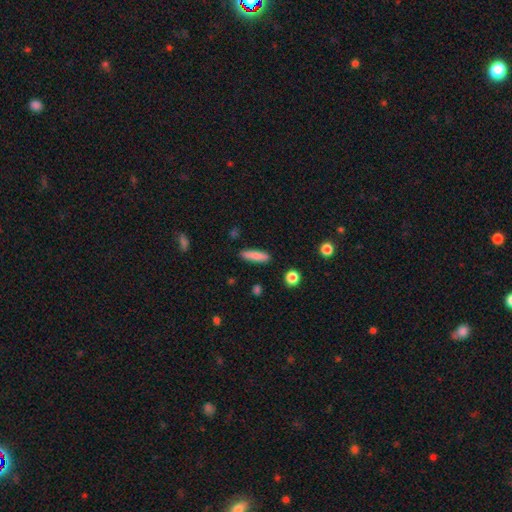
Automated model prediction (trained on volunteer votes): Overall: smooth (84%). How rounded: cigar-shaped (69%). Merging: none (89%).